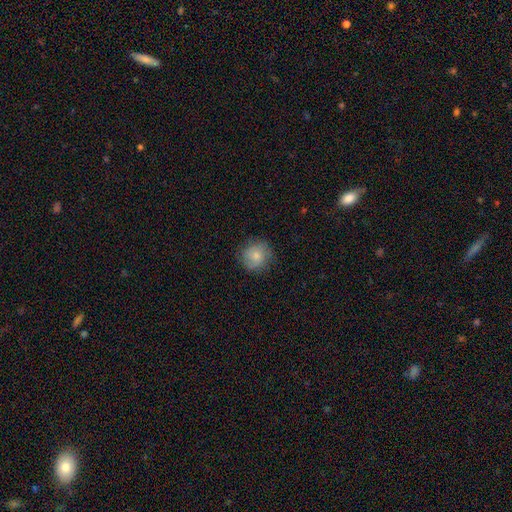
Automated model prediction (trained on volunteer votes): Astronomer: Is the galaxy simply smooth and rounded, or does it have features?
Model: smooth — 72%.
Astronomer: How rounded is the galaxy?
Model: round — 89%.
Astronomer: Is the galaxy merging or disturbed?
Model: none — 79%.